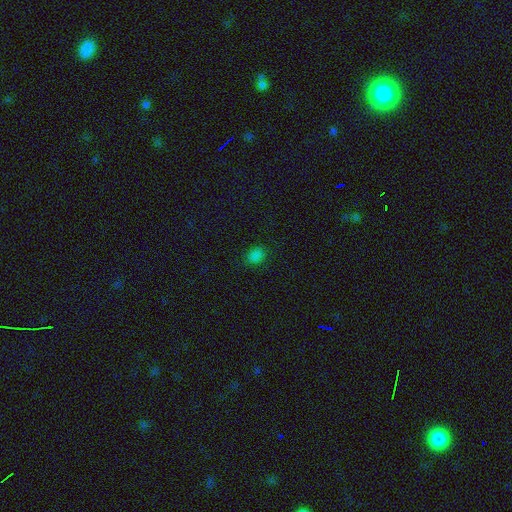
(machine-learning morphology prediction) The model was most divided on "how rounded": in between: 55%, round: 44%, cigar-shaped: 1%. More confident: merging — none (83%); smooth or featured — smooth (79%).